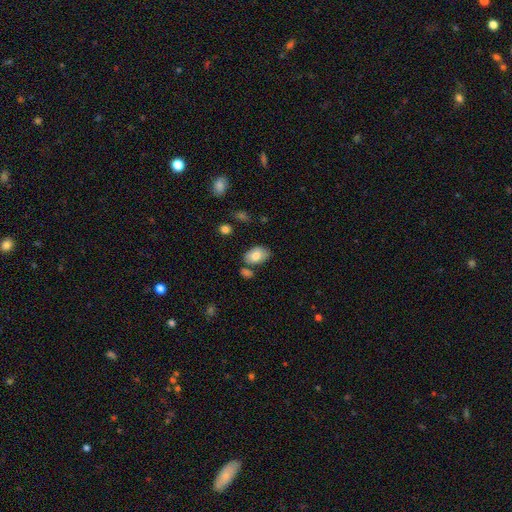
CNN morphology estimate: Overall: smooth (77%). How rounded: in between (88%). Merging: none (67%).